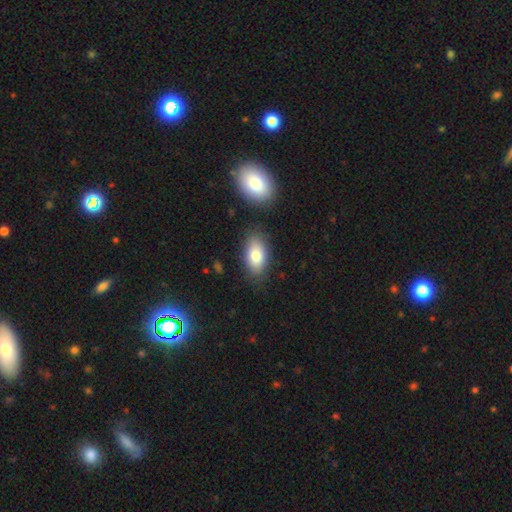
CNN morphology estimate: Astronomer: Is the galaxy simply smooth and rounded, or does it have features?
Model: smooth — 81%.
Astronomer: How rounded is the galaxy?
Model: in between — 91%.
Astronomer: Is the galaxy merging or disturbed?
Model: none — 80%.